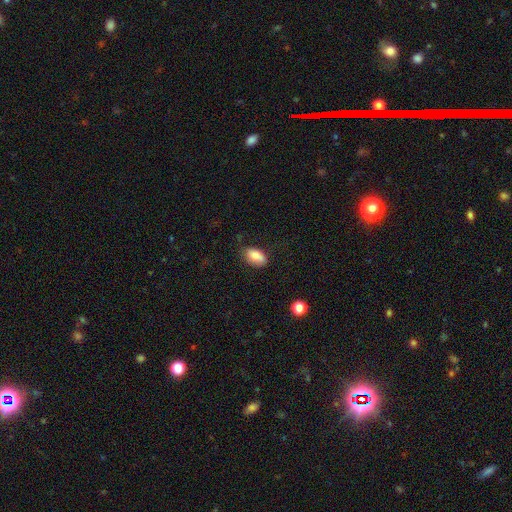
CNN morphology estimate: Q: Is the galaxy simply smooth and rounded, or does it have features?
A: smooth — 84%.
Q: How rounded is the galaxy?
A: in between — 92%.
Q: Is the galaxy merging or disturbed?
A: none — 71%.